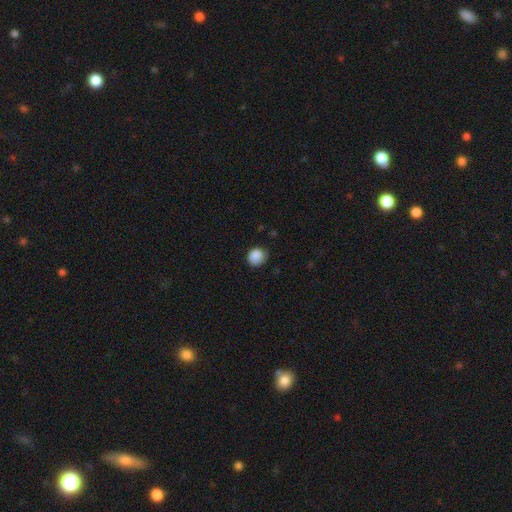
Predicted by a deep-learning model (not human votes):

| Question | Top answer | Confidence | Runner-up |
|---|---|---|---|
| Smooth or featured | smooth | 87% | star or artifact (8%) |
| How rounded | round | 77% | in between (22%) |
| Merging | none | 69% | minor disturbance (25%) |